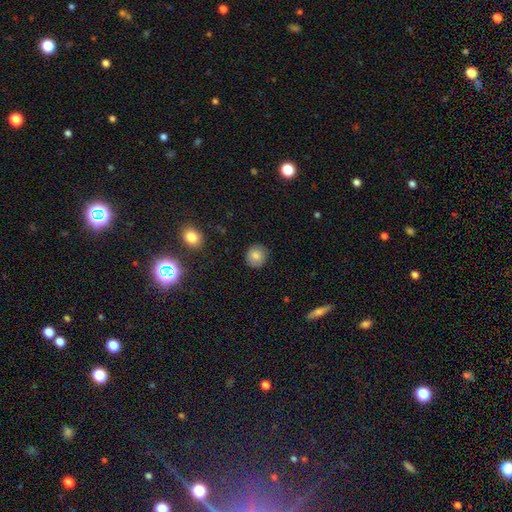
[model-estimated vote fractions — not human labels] A smooth galaxy with no disk features (82%) that is round (86%). Merging: none (88%).